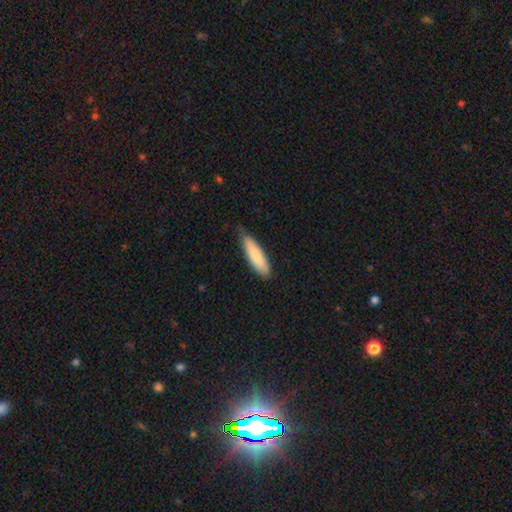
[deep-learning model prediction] Smooth or featured: smooth — 83% (featured or disk — 12%)
How rounded: cigar-shaped — 65% (in between — 34%)
Merging: none — 74% (minor disturbance — 22%)